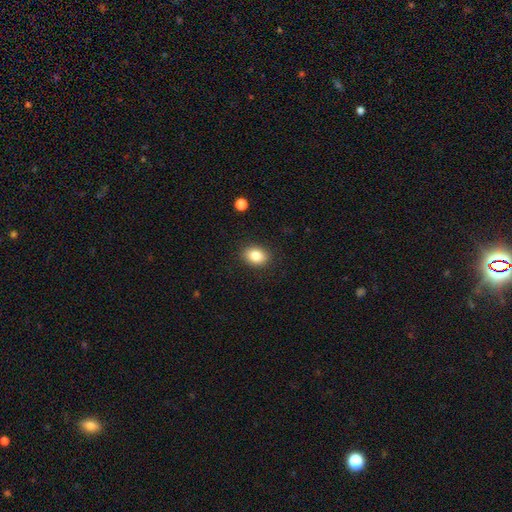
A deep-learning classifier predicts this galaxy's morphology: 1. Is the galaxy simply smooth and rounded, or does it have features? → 85% smooth, 9% star or artifact, 7% featured or disk.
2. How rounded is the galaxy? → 65% in between, 34% round, 1% cigar-shaped.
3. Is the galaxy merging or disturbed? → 88% none, 8% minor disturbance, 3% major disturbance, 1% merger.